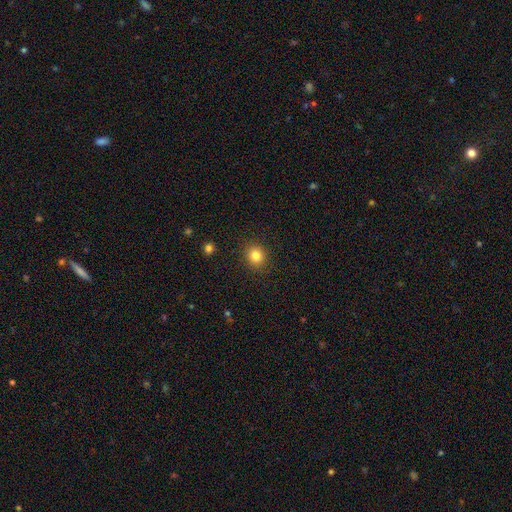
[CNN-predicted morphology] Smooth or featured? smooth (82%)
How rounded? round (80%)
Merging? none (90%)